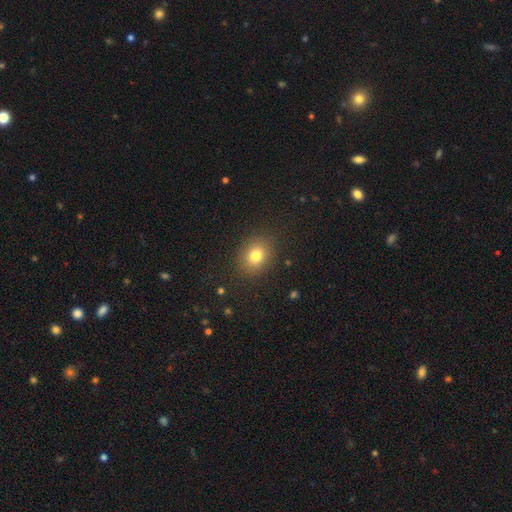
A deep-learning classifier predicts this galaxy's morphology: smooth 78%, star or artifact 13%, featured or disk 9%. Down the decision tree: how rounded — round (57%); merging — none (87%).